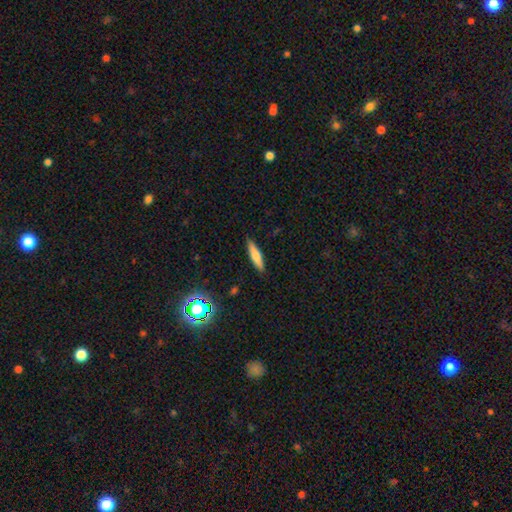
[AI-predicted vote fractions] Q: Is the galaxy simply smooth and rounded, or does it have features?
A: smooth — 63%.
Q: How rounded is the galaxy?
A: cigar-shaped — 75%.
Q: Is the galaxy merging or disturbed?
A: none — 88%.